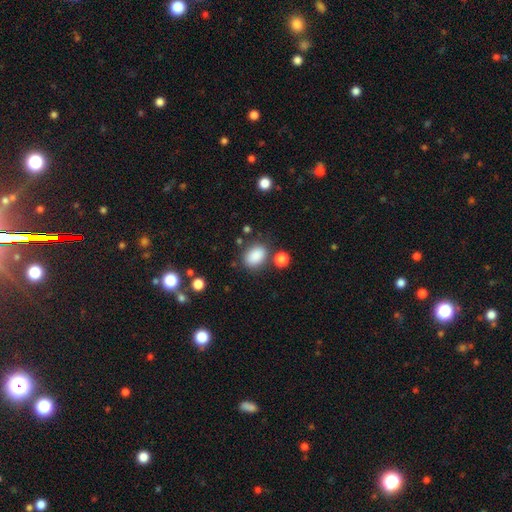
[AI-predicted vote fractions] Q: Smooth or featured?
A: smooth (87%); runner-up: star or artifact (9%)
Q: How rounded?
A: in between (77%); runner-up: round (22%)
Q: Merging?
A: none (74%); runner-up: minor disturbance (13%)